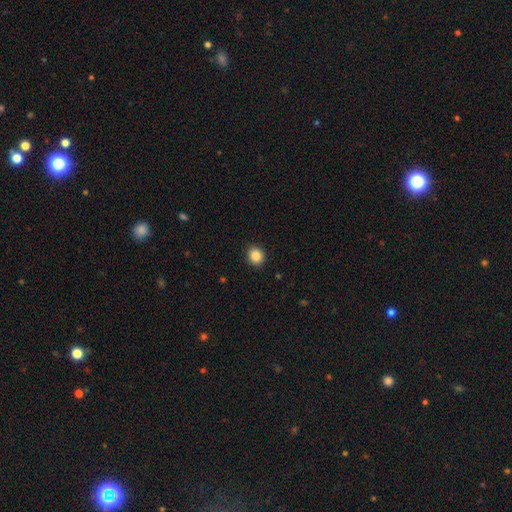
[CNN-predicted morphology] Smooth or featured? Predicted: smooth (p=0.87). How rounded? Predicted: round (p=0.71). Merging? Predicted: none (p=0.91).